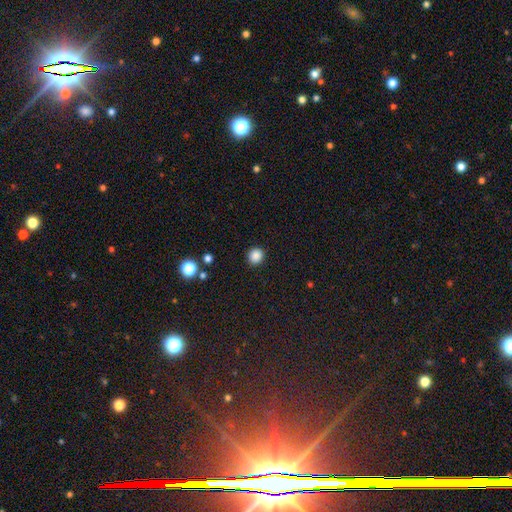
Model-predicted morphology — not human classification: A smooth galaxy with no disk features (86%) that is round (87%).

Vote fractions:
- Smooth or featured? smooth: 86% / star or artifact: 11% / featured or disk: 3%
- How rounded? round: 87% / in between: 12% / cigar-shaped: 1%
- Merging? none: 91% / minor disturbance: 6% / major disturbance: 2% / merger: 1%